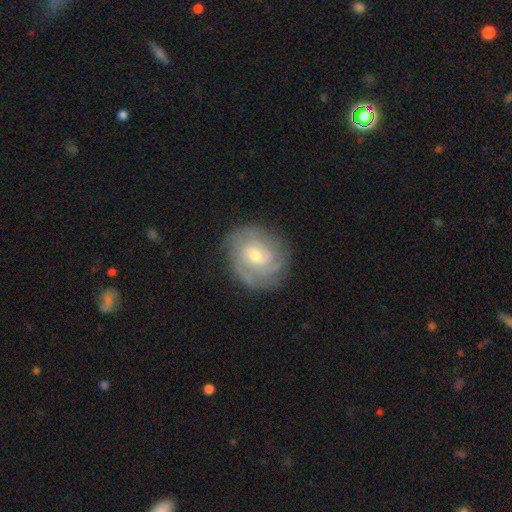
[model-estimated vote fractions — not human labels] Smooth or featured? Predicted: featured or disk (p=0.78). Edge-on disk? Predicted: no (p=0.97). Bar? Predicted: no (p=0.58). Spiral arms? Predicted: yes (p=0.93). Spiral winding? Predicted: tight (p=0.66). Spiral arm count? Predicted: can't tell (p=0.35). Bulge size? Predicted: moderate (p=0.48, tied with small). Merging? Predicted: none (p=0.77).